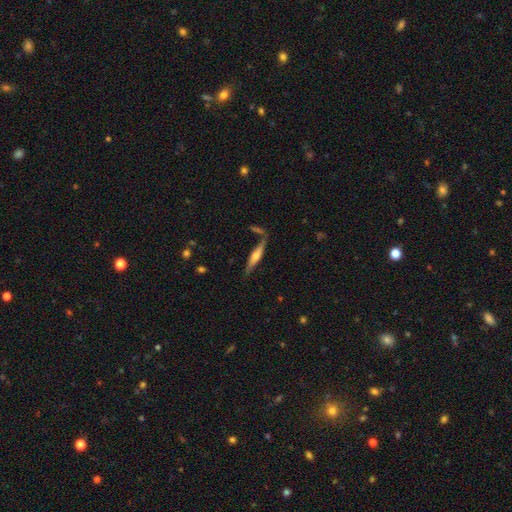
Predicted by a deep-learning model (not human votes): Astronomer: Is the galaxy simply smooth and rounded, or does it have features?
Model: featured or disk — 58% (runner-up: smooth, 36%).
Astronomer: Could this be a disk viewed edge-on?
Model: yes — 94%.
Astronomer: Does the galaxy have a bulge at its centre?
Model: rounded — 83%.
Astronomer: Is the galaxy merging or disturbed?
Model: none — 72%.